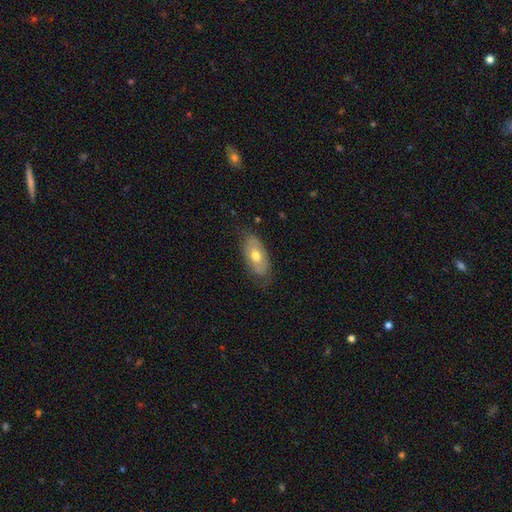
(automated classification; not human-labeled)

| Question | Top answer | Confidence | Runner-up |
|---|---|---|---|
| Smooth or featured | smooth | 58% | featured or disk (37%) |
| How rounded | in between | 91% | cigar-shaped (5%) |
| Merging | none | 72% | minor disturbance (22%) |